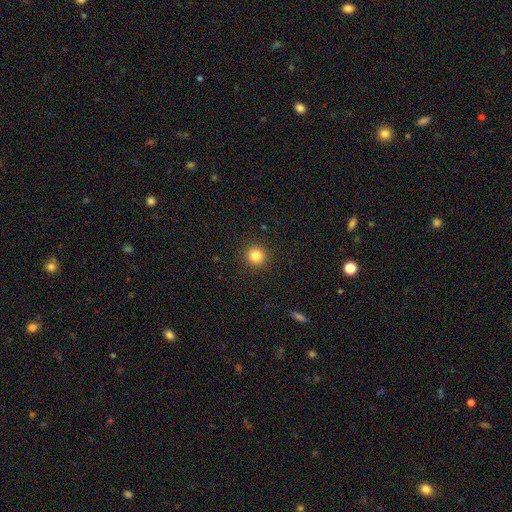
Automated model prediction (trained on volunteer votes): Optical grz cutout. It shows a smooth galaxy with no disk features (84%) that is round (93%). Merging: none (92%).